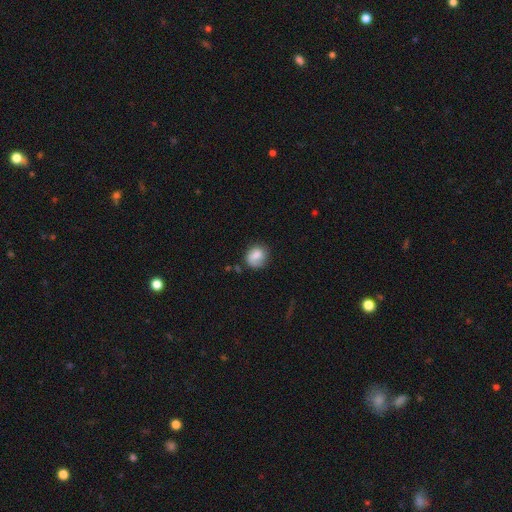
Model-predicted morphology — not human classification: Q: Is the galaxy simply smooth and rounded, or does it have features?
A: smooth — 76%.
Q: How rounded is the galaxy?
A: round — 66%.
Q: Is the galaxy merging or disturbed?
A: none — 62%.